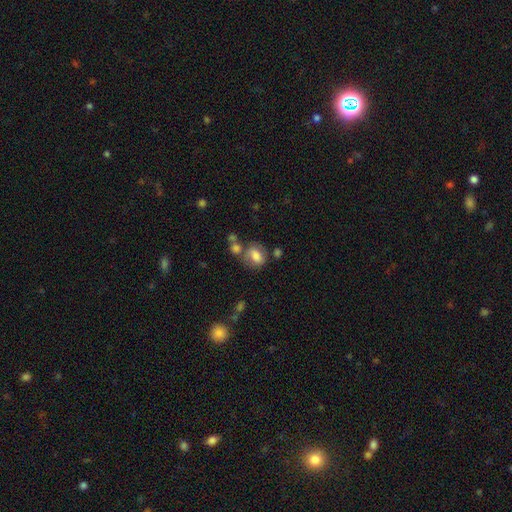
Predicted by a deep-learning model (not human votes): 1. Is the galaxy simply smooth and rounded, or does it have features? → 73% smooth, 18% featured or disk, 10% star or artifact.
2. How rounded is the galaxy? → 65% in between, 33% round, 2% cigar-shaped.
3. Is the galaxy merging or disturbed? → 50% none, 23% merger, 19% minor disturbance, 9% major disturbance.